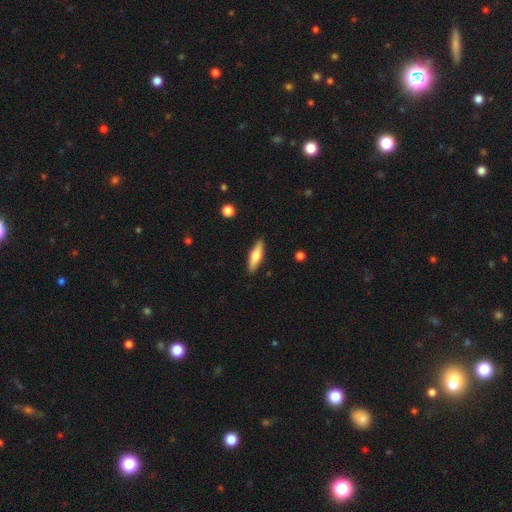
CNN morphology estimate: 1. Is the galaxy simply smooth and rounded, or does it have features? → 59% smooth, 35% featured or disk, 6% star or artifact.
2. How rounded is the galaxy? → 62% cigar-shaped, 36% in between, 2% round.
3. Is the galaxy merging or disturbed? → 88% none, 9% minor disturbance, 2% major disturbance, 1% merger.